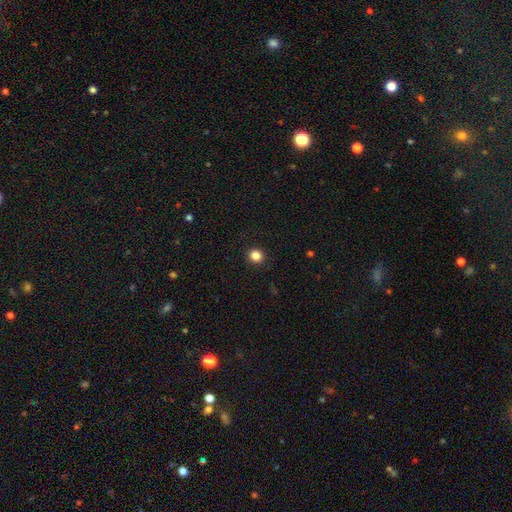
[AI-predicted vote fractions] This is clearly a smooth galaxy (85%). How rounded: clearly round (91%). Merging: clearly none (92%).